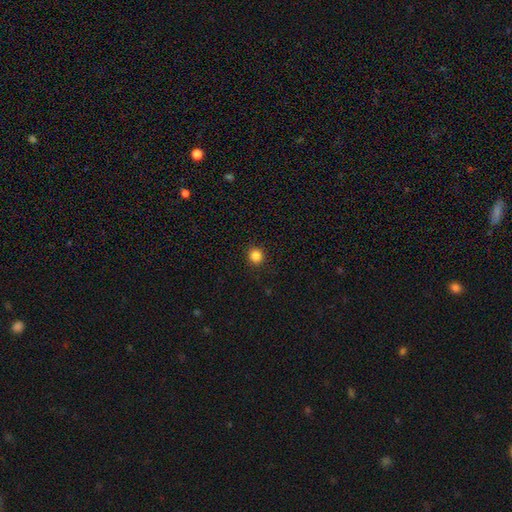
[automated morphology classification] smooth 84%, star or artifact 12%, featured or disk 4%. Down the decision tree: how rounded — round (93%); merging — none (92%).